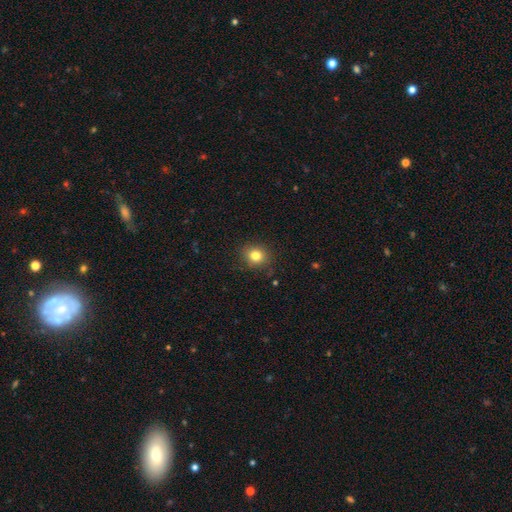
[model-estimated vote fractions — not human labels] Overall: smooth (81%). How rounded: round (77%). Merging: none (85%).